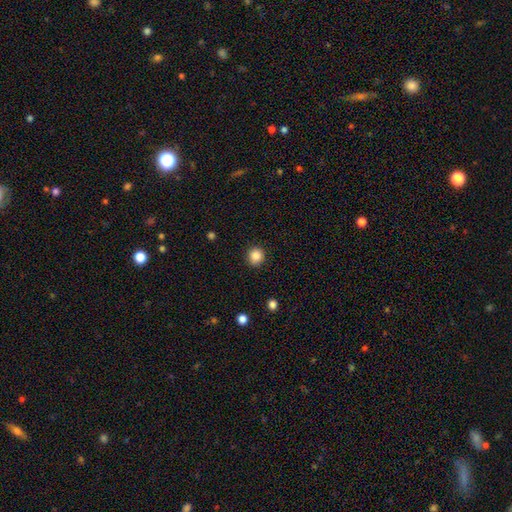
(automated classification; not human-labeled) smooth-or-featured: smooth: 86% | star or artifact: 10% | featured or disk: 4%
  how-rounded: round: 90% | in between: 9% | cigar-shaped: 1%
  merging: none: 90% | minor disturbance: 7% | major disturbance: 2% | merger: 1%